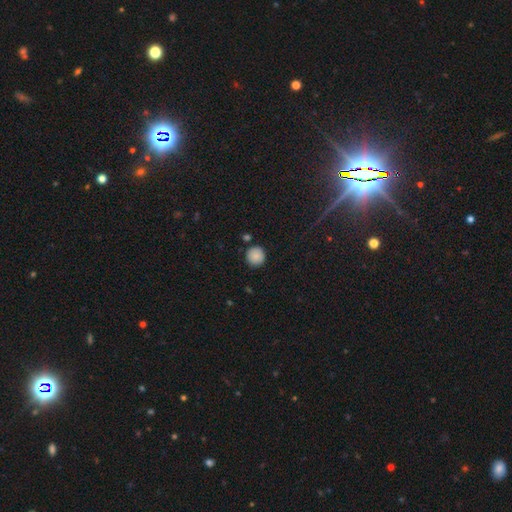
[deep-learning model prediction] Smooth or featured? smooth (86%)
How rounded? round (94%)
Merging? none (87%)